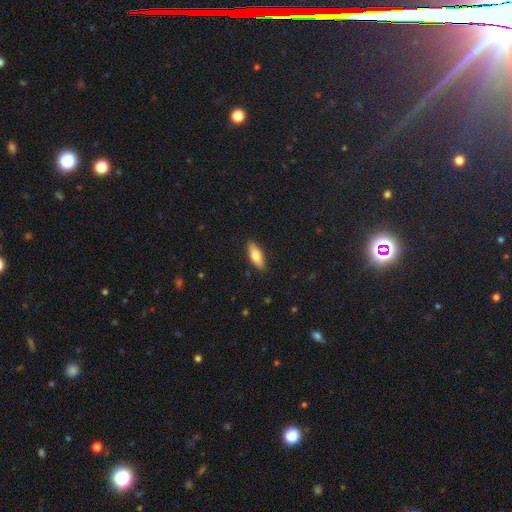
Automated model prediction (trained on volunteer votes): Smooth or featured? Predicted: smooth (p=0.72). How rounded? Predicted: in between (p=0.63). Merging? Predicted: none (p=0.88).